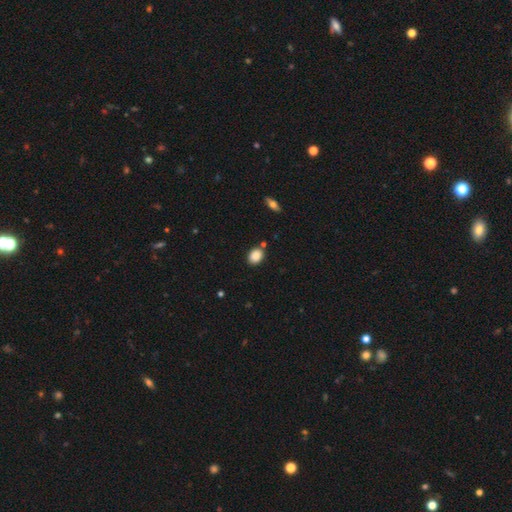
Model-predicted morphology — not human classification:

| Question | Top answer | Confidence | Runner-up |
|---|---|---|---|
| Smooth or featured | smooth | 87% | star or artifact (8%) |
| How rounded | in between | 64% | round (35%) |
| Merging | none | 81% | minor disturbance (11%) |